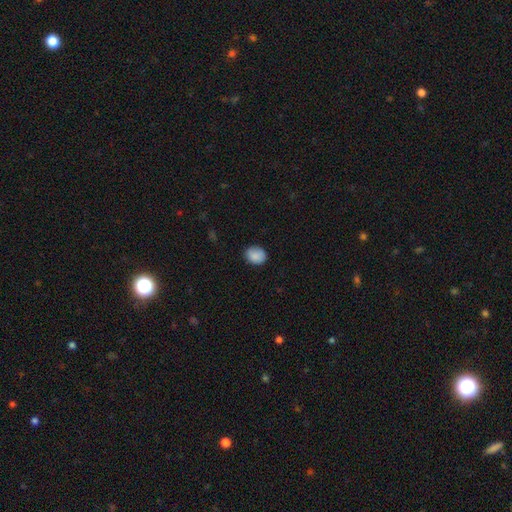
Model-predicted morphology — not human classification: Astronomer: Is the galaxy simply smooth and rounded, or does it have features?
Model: smooth — 88%.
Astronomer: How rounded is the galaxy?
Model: round — 50% (runner-up: in between, 49%).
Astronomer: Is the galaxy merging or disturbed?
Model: none — 83%.